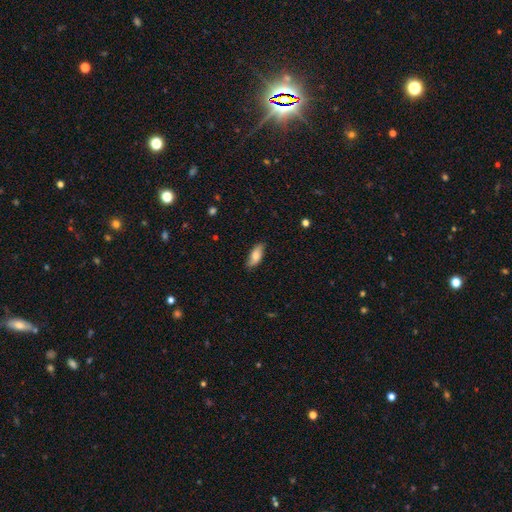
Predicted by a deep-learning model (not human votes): A smooth galaxy with no disk features (74%) that is in between round and cigar-shaped (79%).

Vote fractions:
- Smooth or featured? smooth: 74% / featured or disk: 20% / star or artifact: 7%
- How rounded? in between: 79% / cigar-shaped: 18% / round: 3%
- Merging? none: 79% / minor disturbance: 17% / major disturbance: 3% / merger: 1%